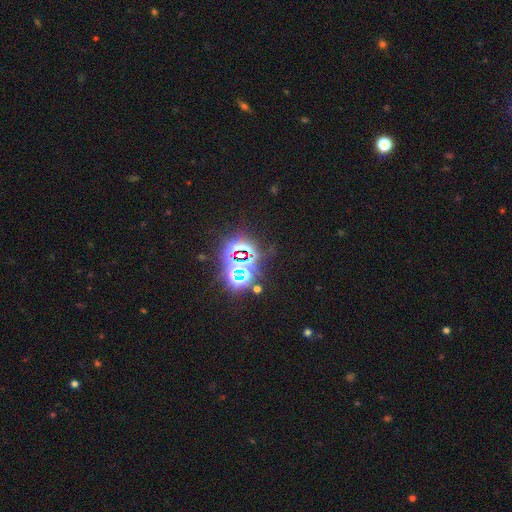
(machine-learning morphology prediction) smooth_or_featured: star or artifact (p=0.80) [alt: smooth p=0.12]